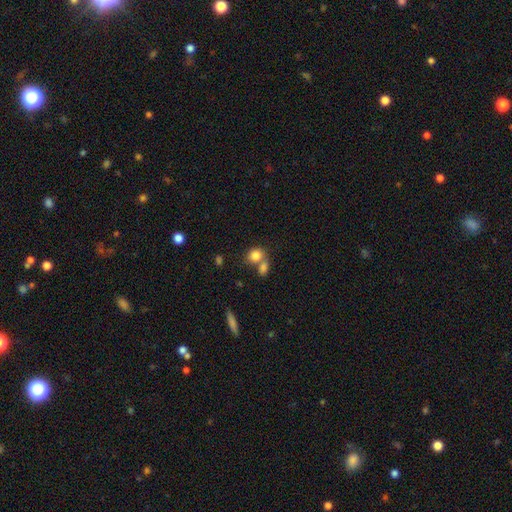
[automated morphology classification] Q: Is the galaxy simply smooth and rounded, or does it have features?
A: smooth — 82%.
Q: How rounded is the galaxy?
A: round — 57%.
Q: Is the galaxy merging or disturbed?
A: merger — 46%.